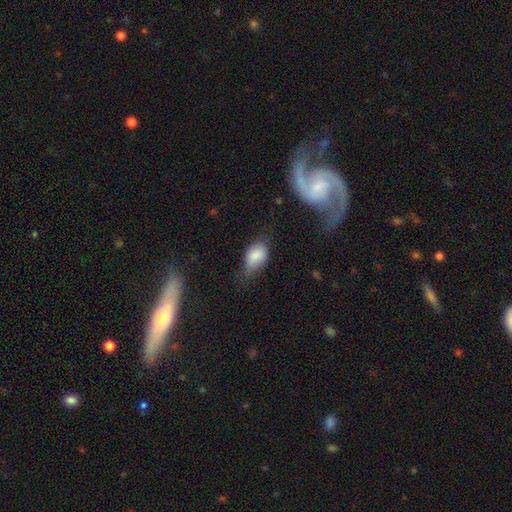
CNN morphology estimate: Smooth or featured: smooth — 82% (featured or disk — 10%)
How rounded: in between — 89% (round — 9%)
Merging: minor disturbance — 41% (none — 39%)